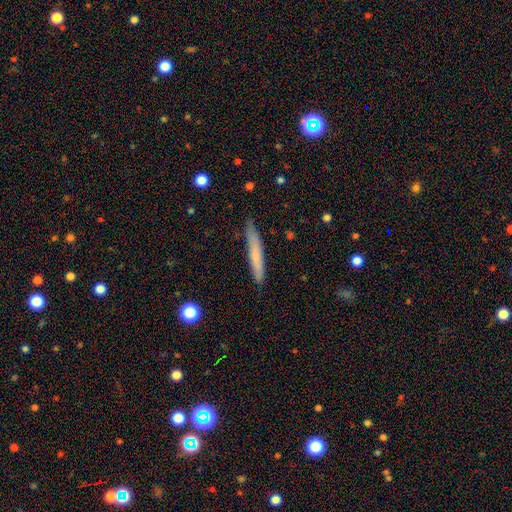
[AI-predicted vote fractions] This appears to be a smooth galaxy with no disk features (68%) that is cigar-shaped (95%). Merging: none (84%).